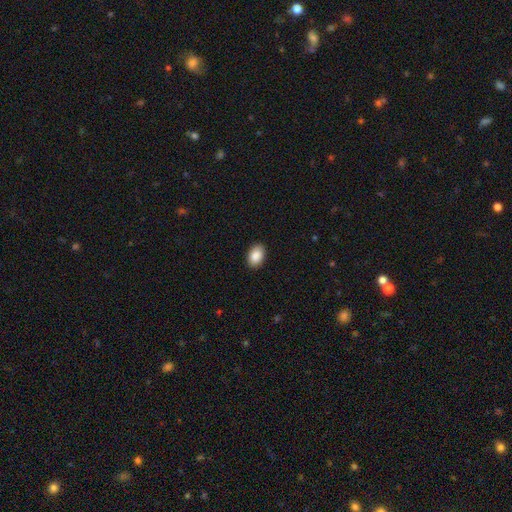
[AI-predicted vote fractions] Morphology: type=smooth (90%); roundness=in between (86%); merging=none (89%).